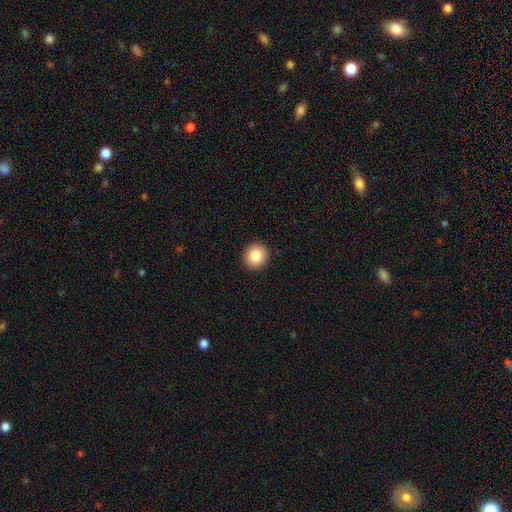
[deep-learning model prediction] This is clearly a smooth galaxy (84%). How rounded: clearly round (89%). Merging: clearly none (93%).